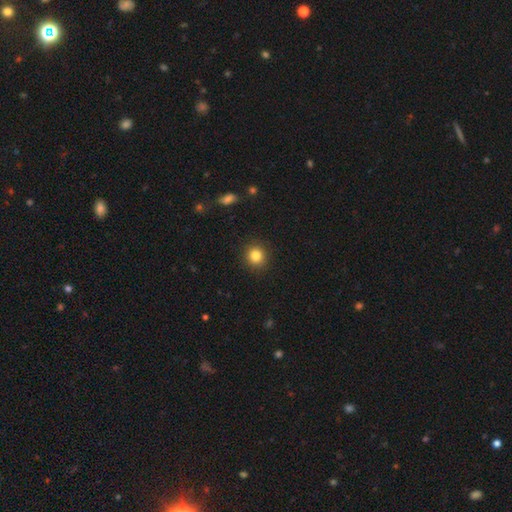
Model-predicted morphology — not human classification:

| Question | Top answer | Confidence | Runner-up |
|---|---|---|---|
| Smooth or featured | smooth | 83% | star or artifact (11%) |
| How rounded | round | 91% | in between (8%) |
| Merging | none | 91% | minor disturbance (6%) |